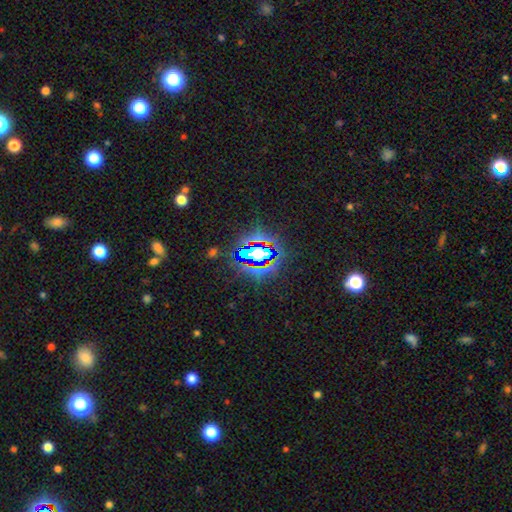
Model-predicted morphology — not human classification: Smooth or featured: star or artifact — 69% (smooth — 18%)